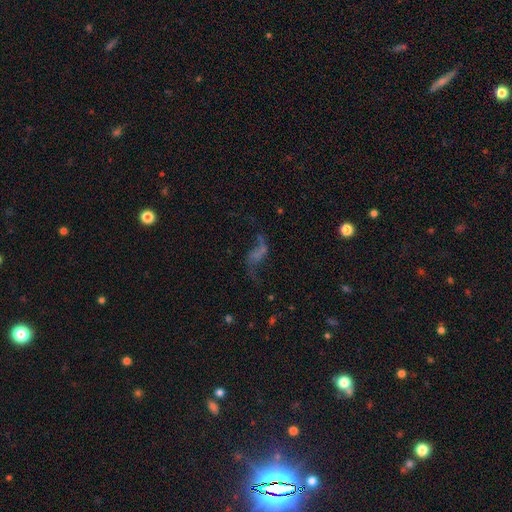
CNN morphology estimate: This appears to be a featured or disk galaxy (63%) with no bar (56%), spiral arms (78%) and no central bulge (70%). Merging: none (55%).